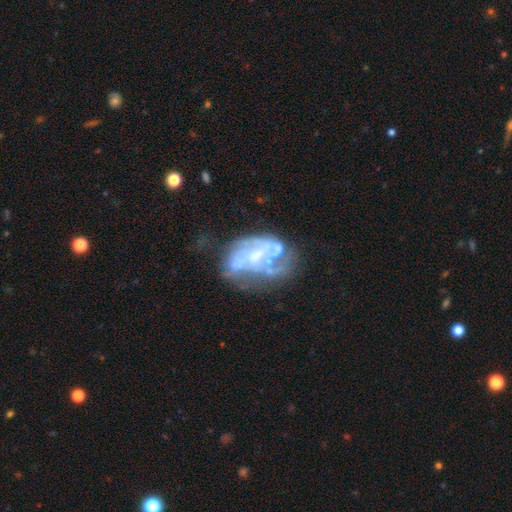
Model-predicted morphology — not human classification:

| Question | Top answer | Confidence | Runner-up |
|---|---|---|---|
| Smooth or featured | featured or disk | 75% | smooth (15%) |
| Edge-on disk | no | 97% | yes (3%) |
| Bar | no | 59% | weak (30%) |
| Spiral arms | yes | 56% | no (44%) |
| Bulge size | none | 36% | small (33%) |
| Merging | none | 39% | major disturbance (29%) |